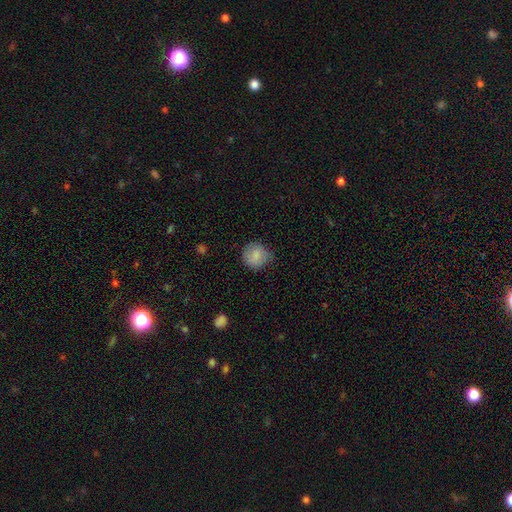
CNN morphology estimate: smooth-or-featured: smooth: 84% | featured or disk: 8% | star or artifact: 8%
  how-rounded: round: 88% | in between: 11% | cigar-shaped: 1%
  merging: none: 71% | minor disturbance: 23% | major disturbance: 5% | merger: 1%